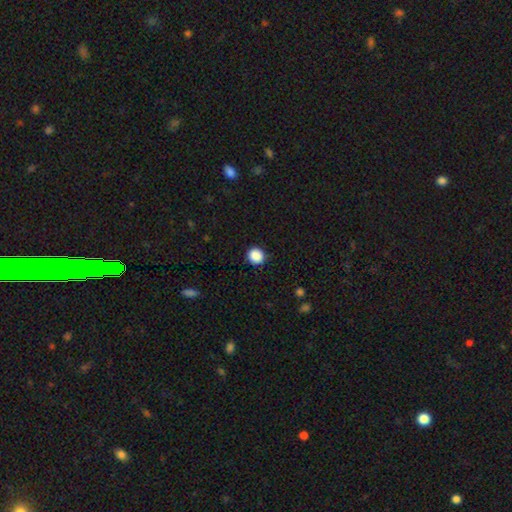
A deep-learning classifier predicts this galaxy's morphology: Q: Smooth or featured?
A: smooth (88%); runner-up: star or artifact (9%)
Q: How rounded?
A: round (91%); runner-up: in between (8%)
Q: Merging?
A: none (89%); runner-up: minor disturbance (8%)